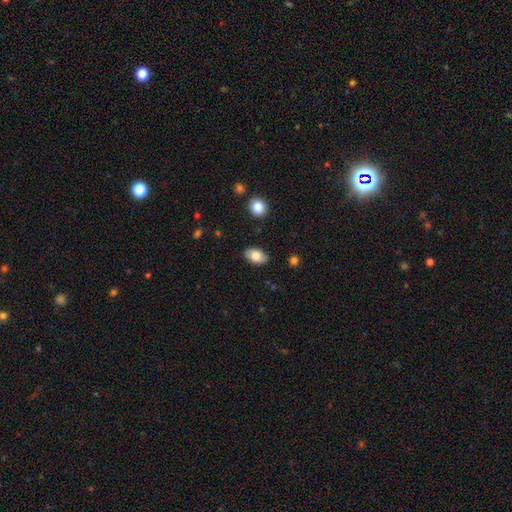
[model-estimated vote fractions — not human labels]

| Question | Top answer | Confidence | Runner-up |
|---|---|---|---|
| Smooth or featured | smooth | 77% | featured or disk (16%) |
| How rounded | in between | 92% | round (6%) |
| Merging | none | 85% | minor disturbance (12%) |